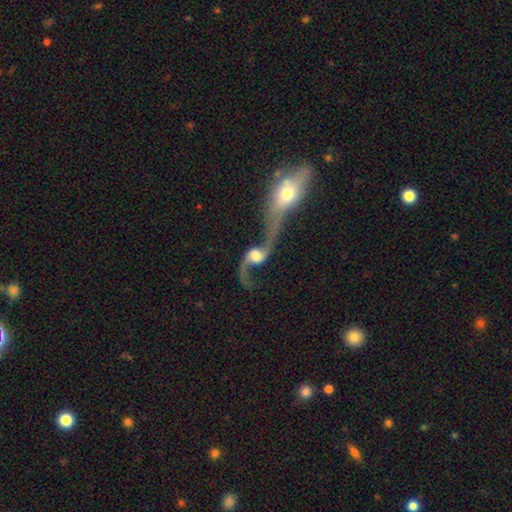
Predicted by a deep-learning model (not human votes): Overall: featured or disk (83%). Edge-on disk: no (94%). Bar: no (47%; weak 37%). Spiral arms: yes (94%). Spiral arm count: 2 (91%). Spiral winding: loose (91%). Bulge size: moderate (41%; large 32%). Merging: merger (56%; none 25%).